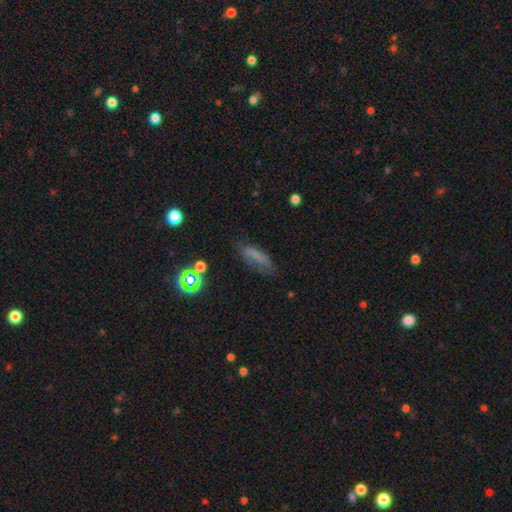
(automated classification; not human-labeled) A smooth galaxy with no disk features (60%) that is in between round and cigar-shaped (50%). Merging: none (62%).